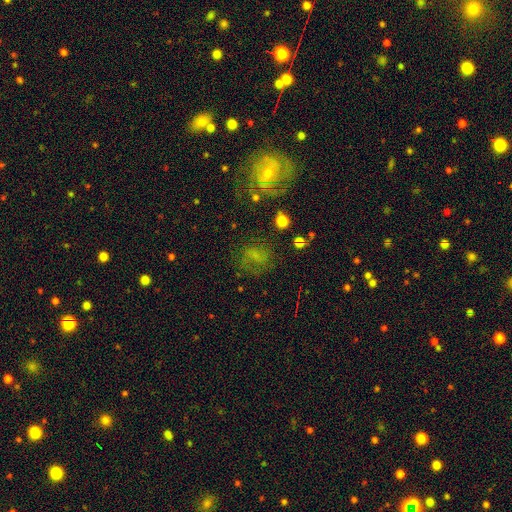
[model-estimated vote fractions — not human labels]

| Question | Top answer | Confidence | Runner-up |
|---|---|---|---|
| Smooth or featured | featured or disk | 41% | smooth (39%) |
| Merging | none | 57% | major disturbance (20%) |